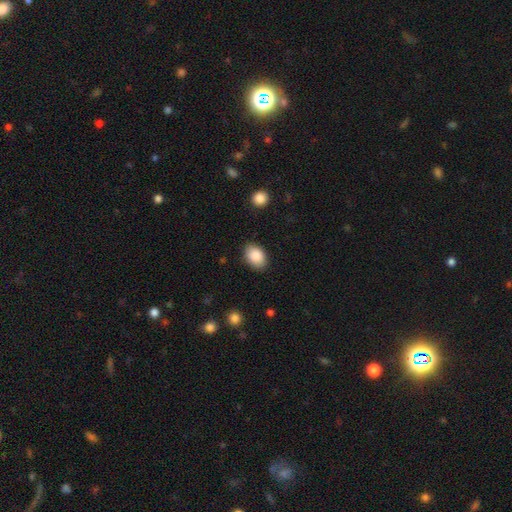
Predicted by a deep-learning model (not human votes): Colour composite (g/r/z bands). It shows a smooth galaxy with no disk features (88%) that is in between round and cigar-shaped (81%). Merging: none (86%).